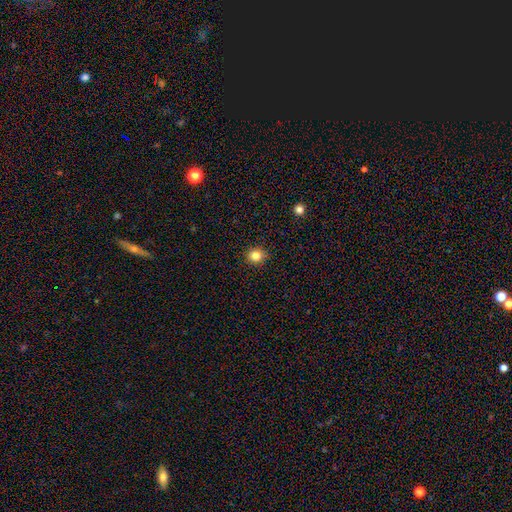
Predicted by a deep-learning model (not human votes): Morphology: type=smooth (83%); roundness=round (84%); merging=none (91%).